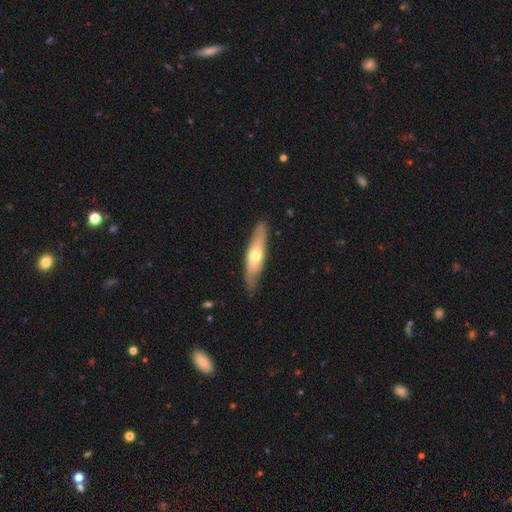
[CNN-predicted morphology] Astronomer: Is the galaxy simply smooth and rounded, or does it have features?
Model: smooth — 51% (runner-up: featured or disk, 44%).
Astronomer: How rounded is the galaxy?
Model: cigar-shaped — 70%.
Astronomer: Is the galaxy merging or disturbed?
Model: none — 82%.